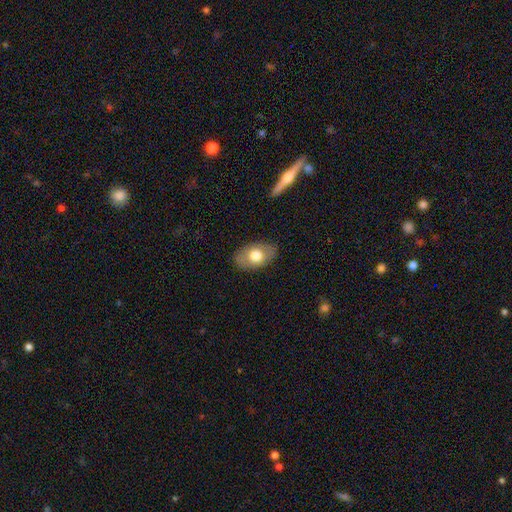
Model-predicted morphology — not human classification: This appears to be a smooth galaxy with no disk features (68%) that is in between round and cigar-shaped (89%). Merging: none (84%).